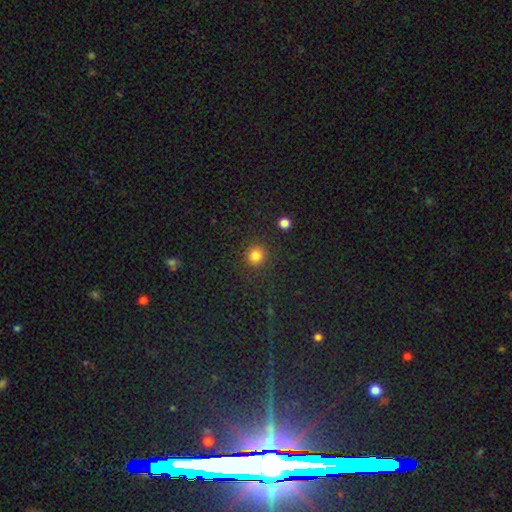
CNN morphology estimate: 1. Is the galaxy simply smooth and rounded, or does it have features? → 81% smooth, 14% star or artifact, 5% featured or disk.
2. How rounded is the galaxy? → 91% round, 8% in between, 1% cigar-shaped.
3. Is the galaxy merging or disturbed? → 87% none, 7% minor disturbance, 3% major disturbance, 2% merger.